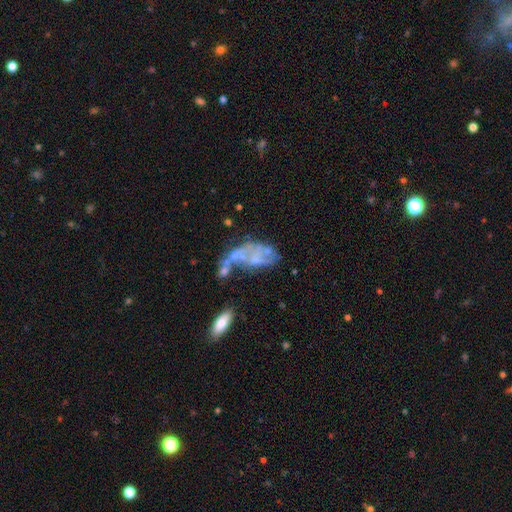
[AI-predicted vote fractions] featured or disk 62%, smooth 26%, star or artifact 12%. Down the decision tree: edge-on disk — no (96%); bar — no (85%); spiral arms — no (76%); bulge size — none (66%); merging — major disturbance (33%).